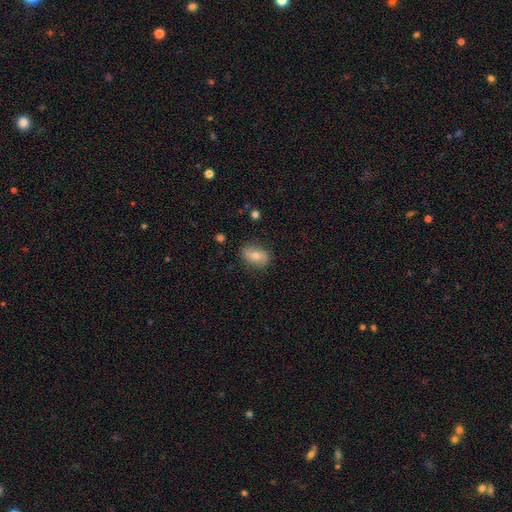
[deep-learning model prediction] A smooth galaxy with no disk features (63%) that is in between round and cigar-shaped (82%). Merging: none (81%).